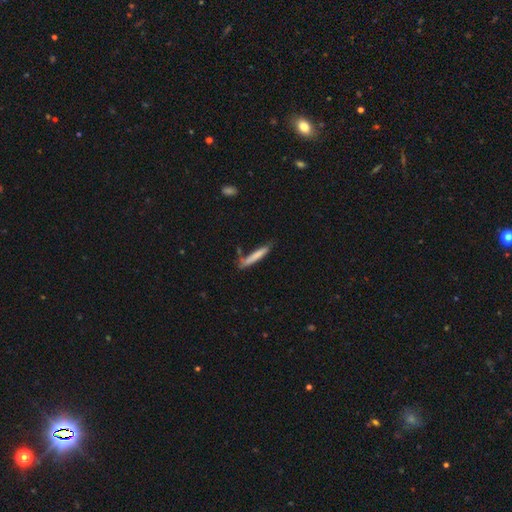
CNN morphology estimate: A smooth galaxy with no disk features (75%) that is cigar-shaped (93%).

Vote fractions:
- Smooth or featured? smooth: 75% / featured or disk: 19% / star or artifact: 6%
- How rounded? cigar-shaped: 93% / in between: 6% / round: 1%
- Merging? none: 66% / minor disturbance: 22% / merger: 7% / major disturbance: 5%